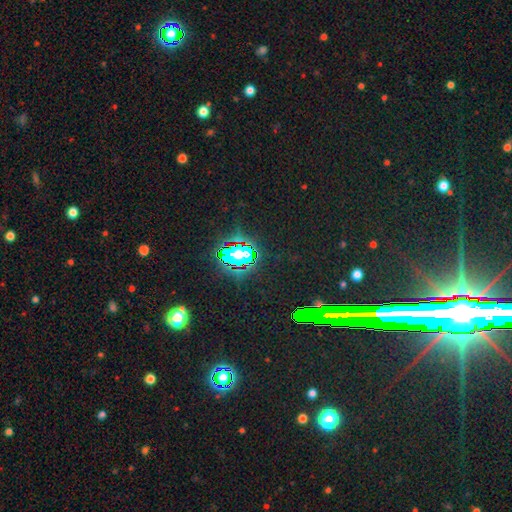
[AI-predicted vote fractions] star or artifact 80%, featured or disk 11%, smooth 9%.